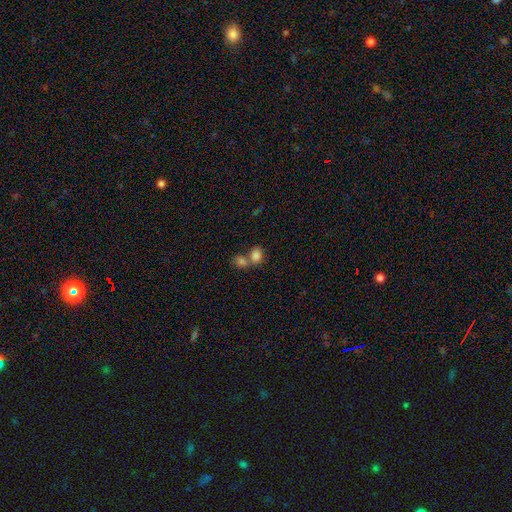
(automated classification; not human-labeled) smooth_or_featured: smooth (p=0.82) [alt: star or artifact p=0.10]
how_rounded: in between (p=0.59) [alt: round p=0.40]
merging: merger (p=0.56) [alt: none p=0.33]